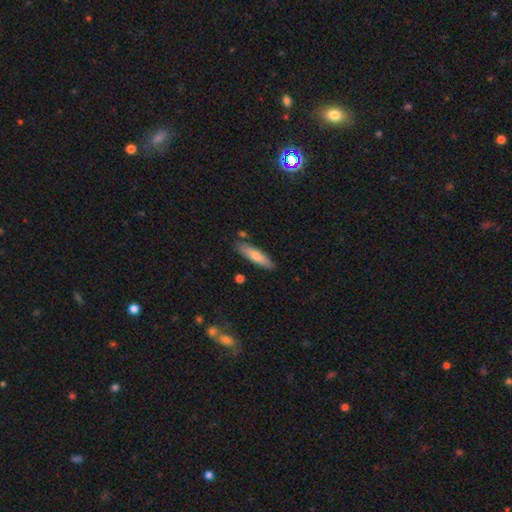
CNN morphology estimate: A smooth galaxy with no disk features (69%) that is cigar-shaped (76%).

Vote fractions:
- Smooth or featured? smooth: 69% / featured or disk: 25% / star or artifact: 6%
- How rounded? cigar-shaped: 76% / in between: 23% / round: 2%
- Merging? none: 85% / minor disturbance: 10% / merger: 3% / major disturbance: 2%